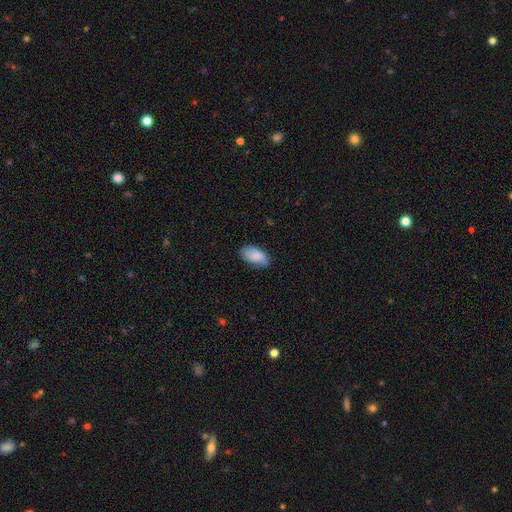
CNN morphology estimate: Smooth or featured? Predicted: smooth (p=0.82). How rounded? Predicted: in between (p=0.94). Merging? Predicted: none (p=0.70).